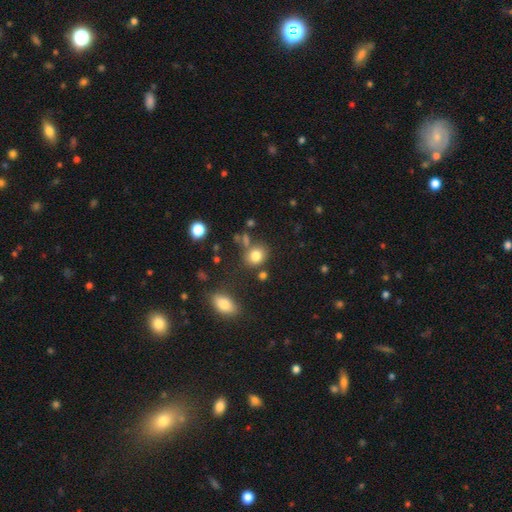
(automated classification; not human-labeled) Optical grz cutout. It shows a smooth galaxy with no disk features (81%) that is round (57%). Merging: none (70%).